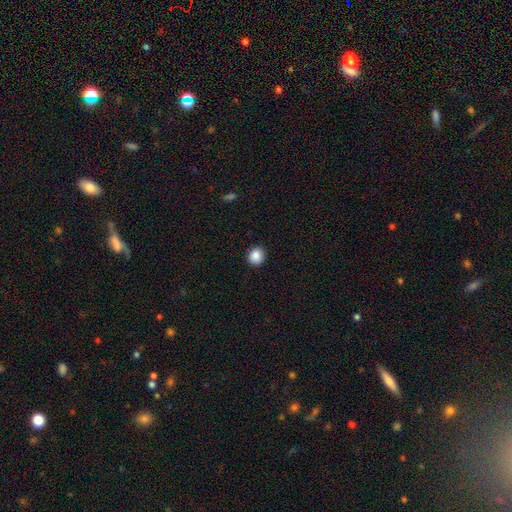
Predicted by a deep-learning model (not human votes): Smooth or featured? smooth (88%)
How rounded? round (83%)
Merging? none (91%)